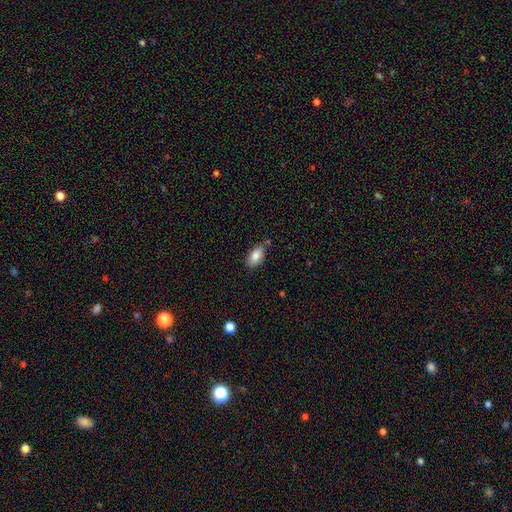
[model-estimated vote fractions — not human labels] smooth 84%, featured or disk 8%, star or artifact 7%. Down the decision tree: how rounded — in between (92%); merging — none (73%).